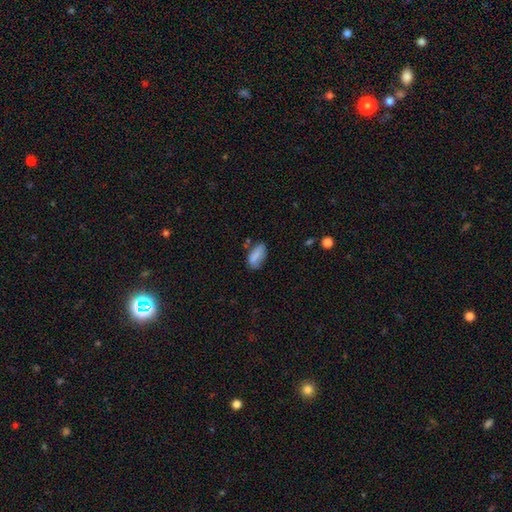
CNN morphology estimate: A smooth galaxy with no disk features (80%) that is in between round and cigar-shaped (87%).

Vote fractions:
- Smooth or featured? smooth: 80% / featured or disk: 11% / star or artifact: 8%
- How rounded? in between: 87% / cigar-shaped: 9% / round: 3%
- Merging? none: 60% / minor disturbance: 27% / major disturbance: 7% / merger: 5%